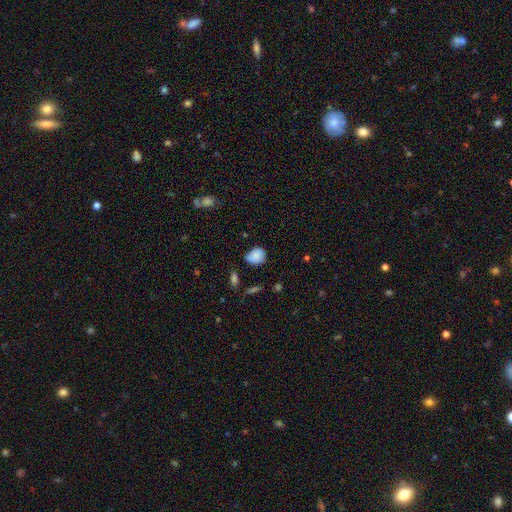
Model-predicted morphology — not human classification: This appears to be a smooth galaxy with no disk features (84%) that is round (51%). Merging: none (59%).